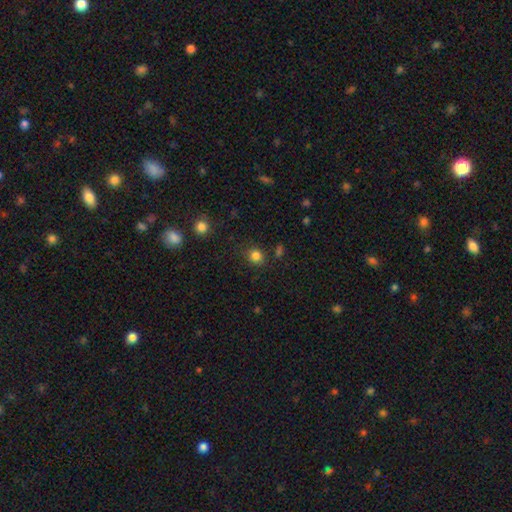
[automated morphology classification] This is clearly a smooth galaxy (82%). How rounded: clearly round (81%). Merging: clearly none (83%).